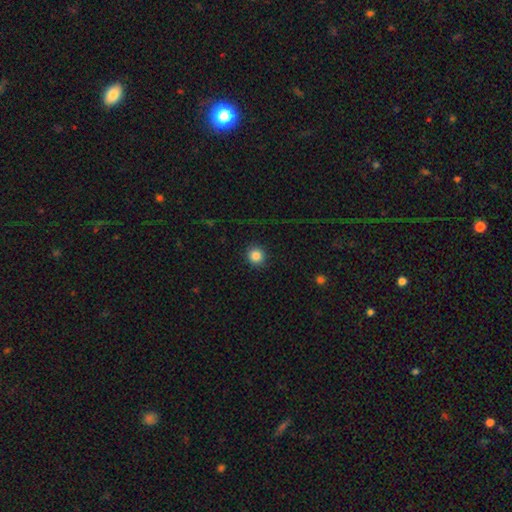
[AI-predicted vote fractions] This appears to be a smooth galaxy with no disk features (86%) that is round (93%). Merging: none (91%).